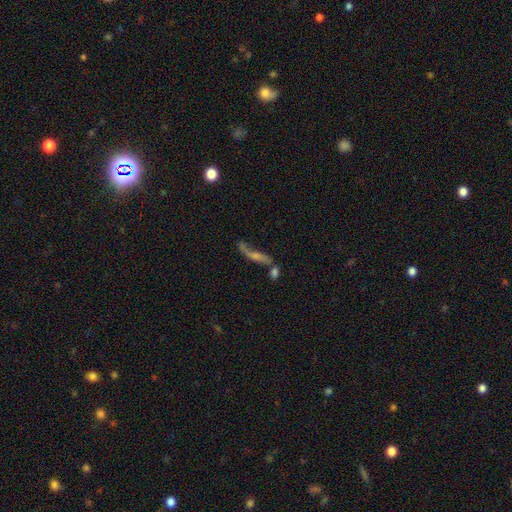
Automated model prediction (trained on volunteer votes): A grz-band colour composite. It shows a featured or disk galaxy (59%). Merging: none (42%).